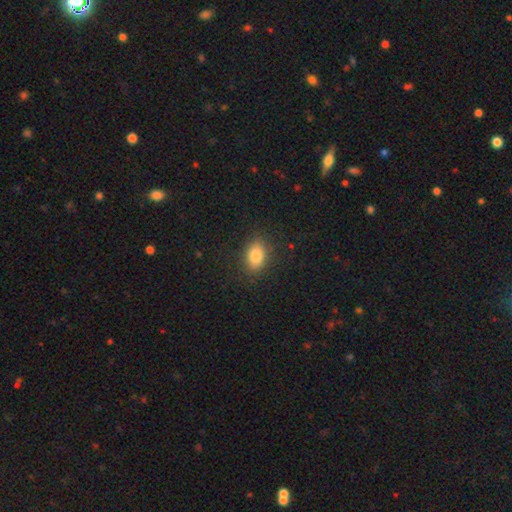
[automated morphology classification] Smooth or featured? Predicted: smooth (p=0.83). How rounded? Predicted: in between (p=0.83). Merging? Predicted: none (p=0.85).